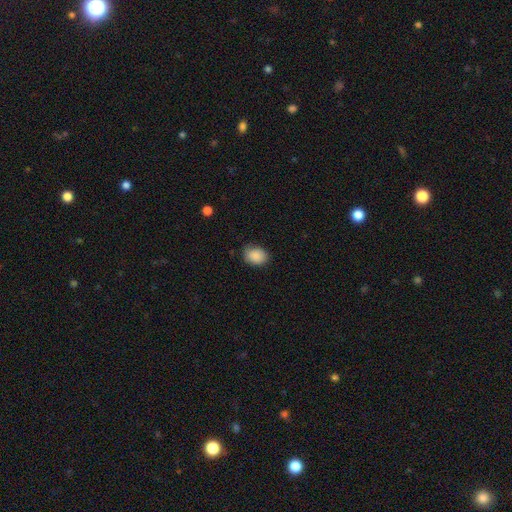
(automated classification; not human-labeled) A smooth galaxy with no disk features (89%) that is in between round and cigar-shaped (57%). Merging: none (77%).